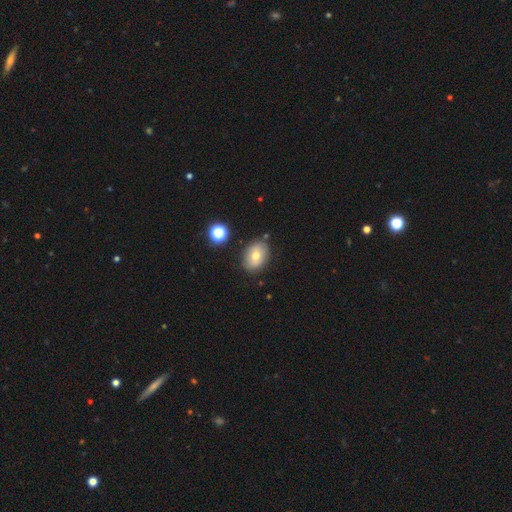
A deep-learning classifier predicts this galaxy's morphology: Q: Smooth or featured?
A: smooth (68%); runner-up: featured or disk (22%)
Q: How rounded?
A: in between (74%); runner-up: round (25%)
Q: Merging?
A: none (81%); runner-up: minor disturbance (12%)